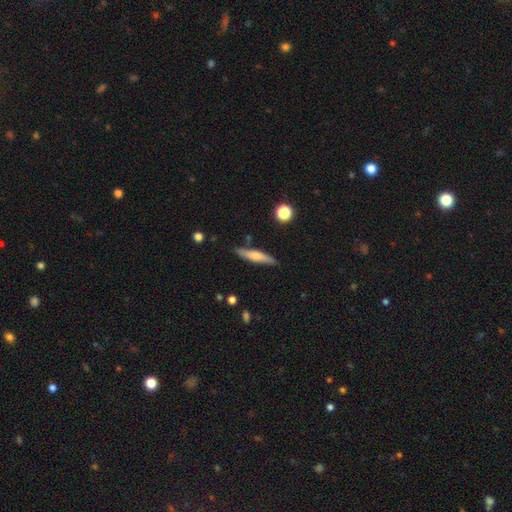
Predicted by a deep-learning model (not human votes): smooth 53%, featured or disk 41%, star or artifact 6%. Down the decision tree: how rounded — cigar-shaped (86%); merging — none (84%).